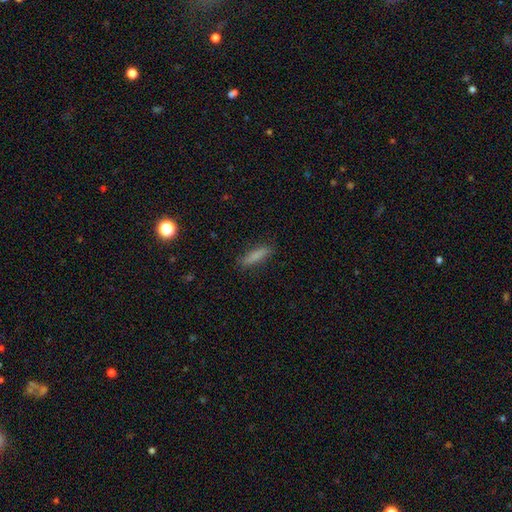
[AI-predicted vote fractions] Smooth or featured: smooth — 81% (featured or disk — 11%)
How rounded: cigar-shaped — 76% (in between — 22%)
Merging: none — 87% (minor disturbance — 10%)